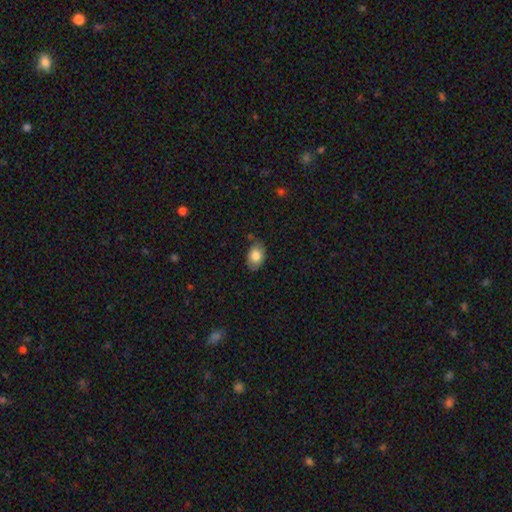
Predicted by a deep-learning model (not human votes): Overall: smooth (80%). How rounded: in between (84%). Merging: none (76%).